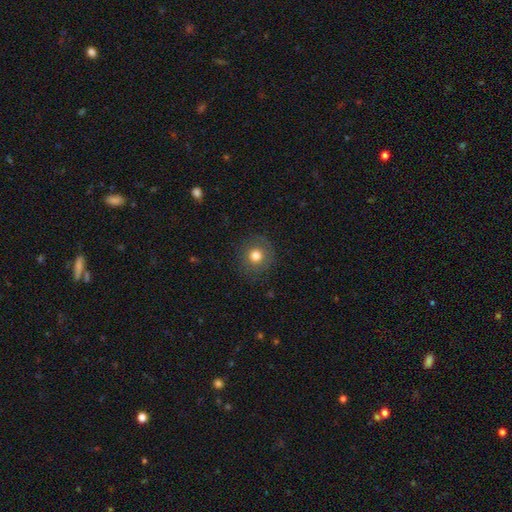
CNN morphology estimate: Smooth or featured?
  - smooth: 76% *
  - featured or disk: 12%
  - star or artifact: 12%
How rounded?
  - round: 91% *
  - in between: 8%
  - cigar-shaped: 1%
Merging?
  - none: 84% *
  - minor disturbance: 10%
  - major disturbance: 4%
  - merger: 1%